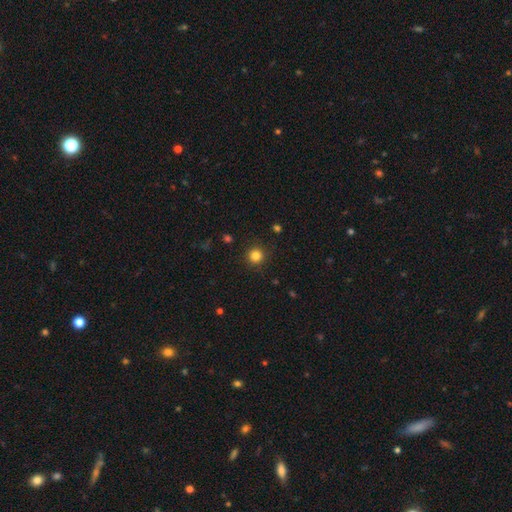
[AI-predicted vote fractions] Smooth or featured? Predicted: smooth (p=0.84). How rounded? Predicted: round (p=0.95). Merging? Predicted: none (p=0.90).